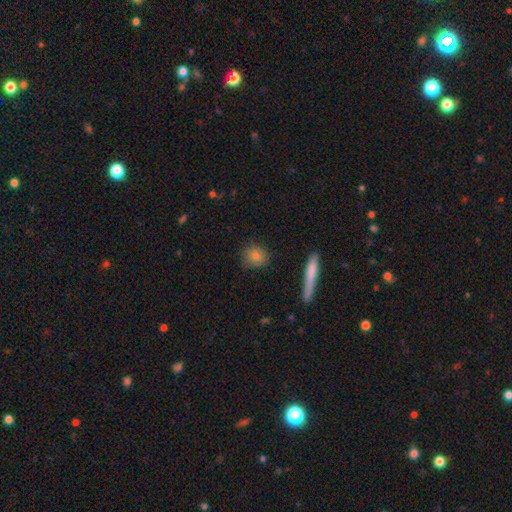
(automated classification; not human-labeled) This is likely a smooth galaxy (78%). How rounded: likely round (72%). Merging: clearly none (85%).